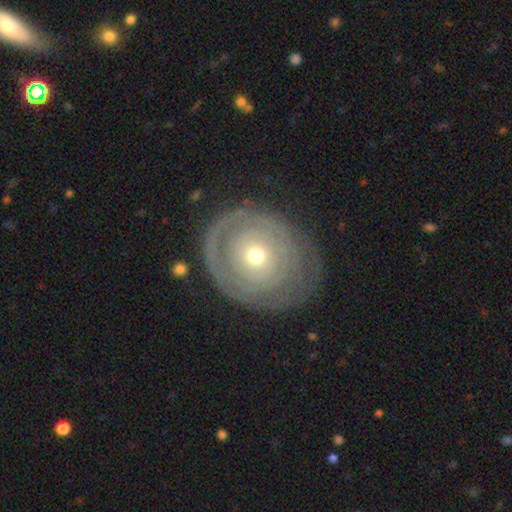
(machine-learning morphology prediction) featured or disk 80%, smooth 14%, star or artifact 5%. Down the decision tree: edge-on disk — no (96%); bar — no (84%); spiral arms — yes (85%); spiral arm count — can't tell (34%); spiral winding — tight (84%); bulge size — moderate (50%); merging — none (76%).